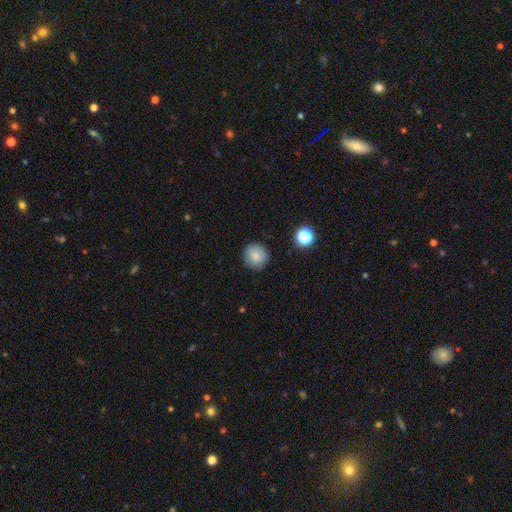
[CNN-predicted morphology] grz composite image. It shows a smooth galaxy with no disk features (83%) that is round (91%). Merging: none (89%).